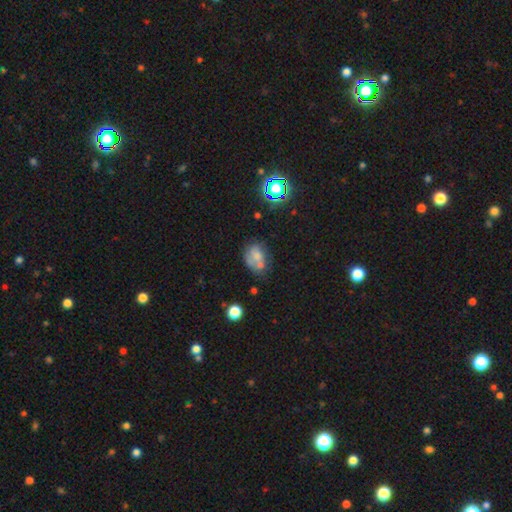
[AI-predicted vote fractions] A smooth galaxy with no disk features (55%) that is in between round and cigar-shaped (60%).

Vote fractions:
- Smooth or featured? smooth: 55% / featured or disk: 30% / star or artifact: 16%
- How rounded? in between: 60% / round: 39% / cigar-shaped: 1%
- Merging? none: 36% / merger: 29% / minor disturbance: 21% / major disturbance: 14%